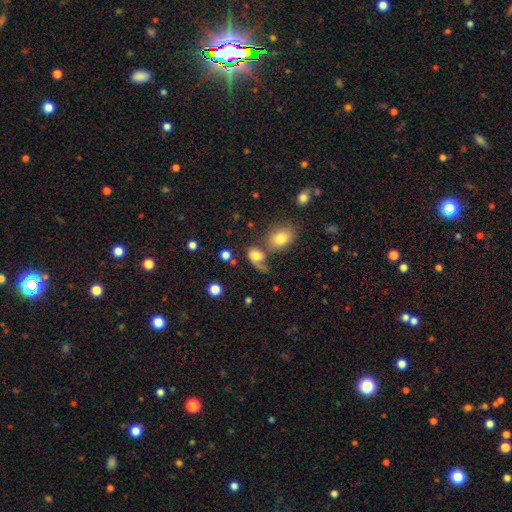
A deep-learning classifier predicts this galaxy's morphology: Smooth or featured: smooth — 71% (featured or disk — 17%)
How rounded: in between — 70% (round — 27%)
Merging: none — 29% (merger — 27%)